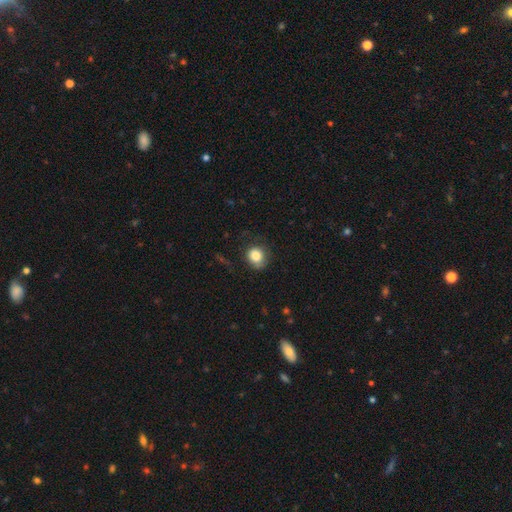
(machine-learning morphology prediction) type=smooth (83%); roundness=round (72%); merging=none (72%).